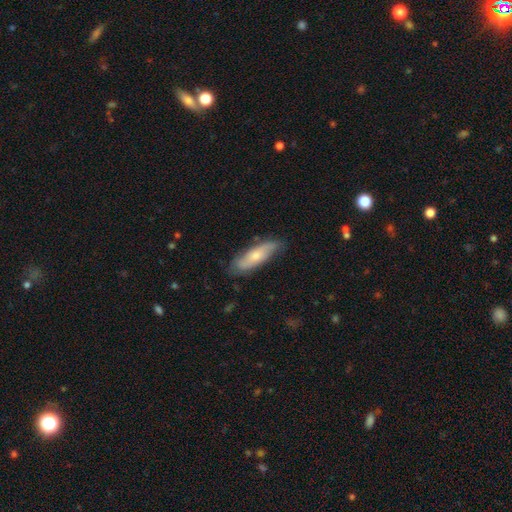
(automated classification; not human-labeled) Smooth or featured? Predicted: smooth (p=0.56). How rounded? Predicted: cigar-shaped (p=0.50). Merging? Predicted: none (p=0.74).